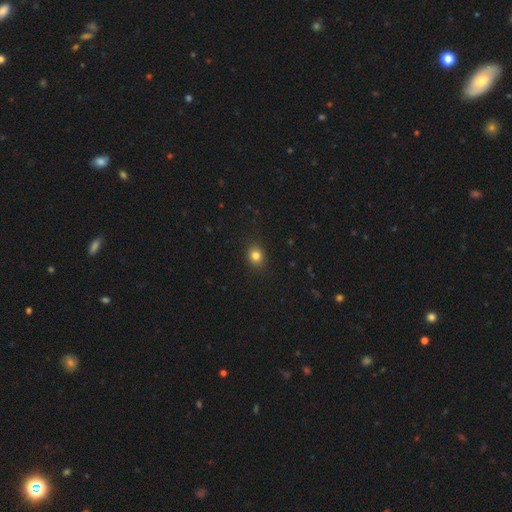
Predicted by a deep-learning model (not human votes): This is clearly a smooth galaxy (82%). How rounded: likely round (69%). Merging: clearly none (89%).